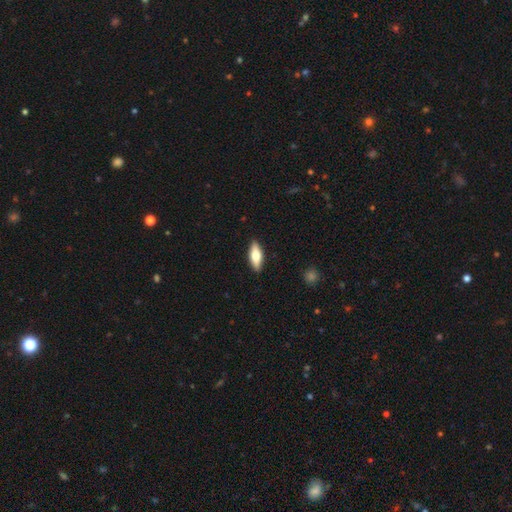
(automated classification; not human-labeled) smooth_or_featured: smooth (p=0.59) [alt: featured or disk p=0.35]
how_rounded: in between (p=0.62) [alt: cigar-shaped p=0.35]
merging: none (p=0.89) [alt: minor disturbance p=0.08]